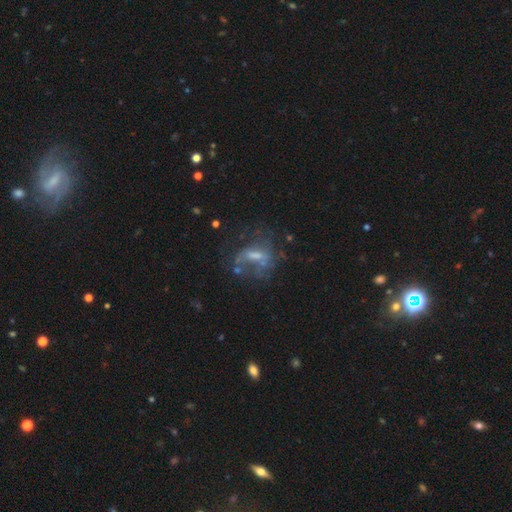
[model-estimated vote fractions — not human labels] Smooth or featured: featured or disk — 58% (smooth — 26%)
Edge-on disk: no — 93% (yes — 7%)
Bar: no — 42% (weak — 41%)
Spiral arms: no — 59% (yes — 41%)
Bulge size: small — 36% (moderate — 35%)
Merging: none — 39% (major disturbance — 32%)